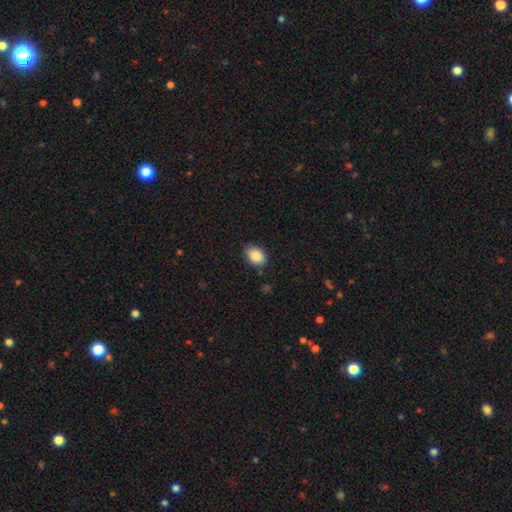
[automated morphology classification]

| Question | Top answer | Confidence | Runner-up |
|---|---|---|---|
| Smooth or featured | smooth | 88% | star or artifact (8%) |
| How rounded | in between | 75% | round (24%) |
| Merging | none | 85% | minor disturbance (11%) |